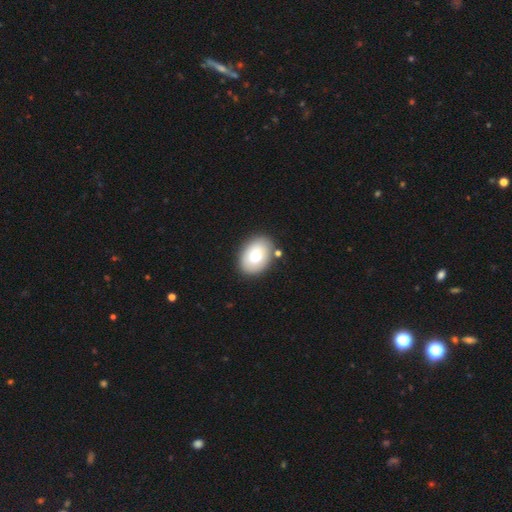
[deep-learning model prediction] Smooth or featured: smooth — 74% (featured or disk — 18%)
How rounded: in between — 78% (round — 21%)
Merging: none — 83% (minor disturbance — 10%)